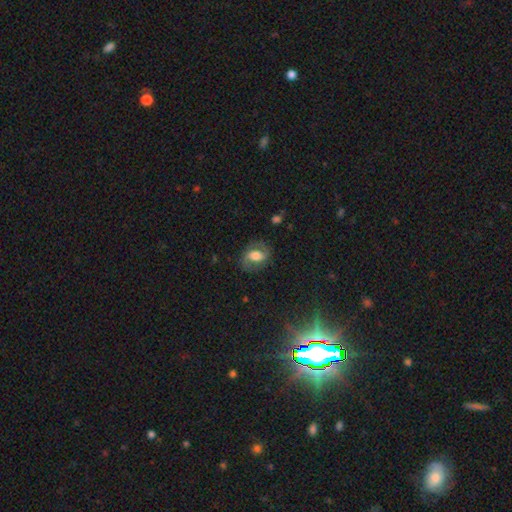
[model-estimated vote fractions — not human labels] Smooth or featured? Predicted: featured or disk (p=0.52). Edge-on disk? Predicted: no (p=0.95). Merging? Predicted: none (p=0.74).